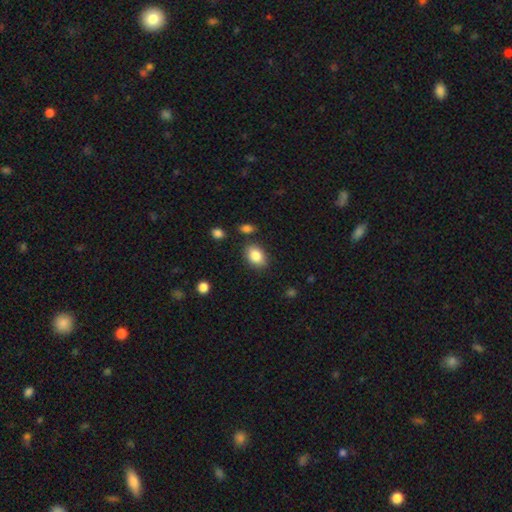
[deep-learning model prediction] Smooth or featured? smooth (85%)
How rounded? in between (78%)
Merging? none (82%)